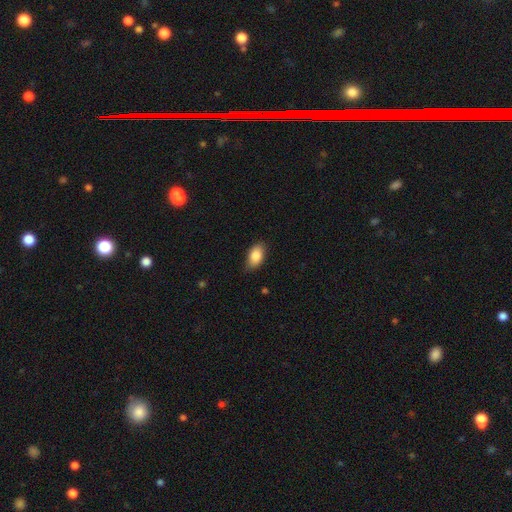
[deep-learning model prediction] The model was most divided on "merging": none: 79%, minor disturbance: 17%, major disturbance: 3%, merger: 1%. More confident: how rounded — in between (91%); smooth or featured — smooth (85%).